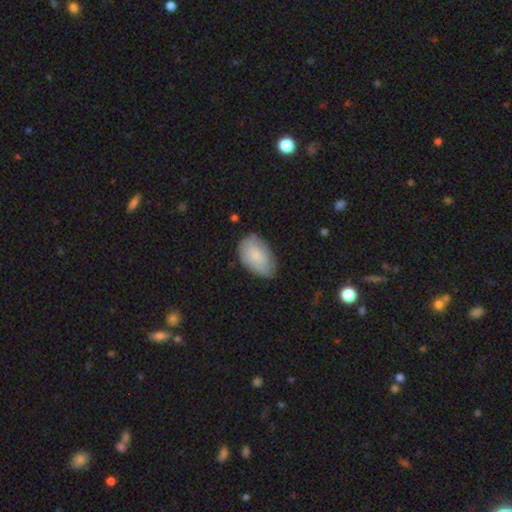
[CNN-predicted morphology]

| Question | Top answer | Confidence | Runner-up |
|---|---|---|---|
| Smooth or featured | smooth | 71% | featured or disk (22%) |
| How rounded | in between | 91% | round (8%) |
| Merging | none | 67% | minor disturbance (26%) |